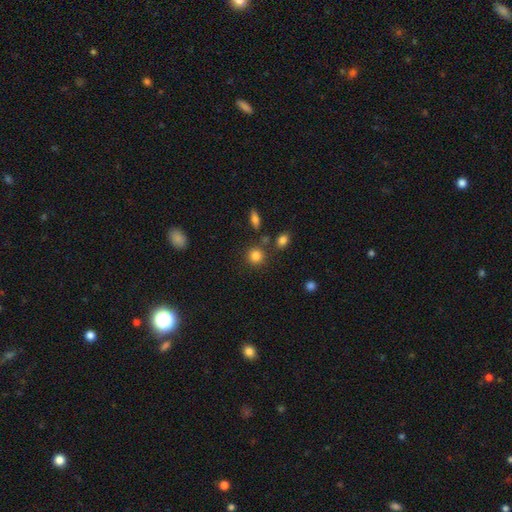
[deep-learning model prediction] A smooth galaxy with no disk features (83%) that is round (89%).

Vote fractions:
- Smooth or featured? smooth: 83% / star or artifact: 11% / featured or disk: 6%
- How rounded? round: 89% / in between: 10% / cigar-shaped: 1%
- Merging? none: 79% / minor disturbance: 9% / merger: 8% / major disturbance: 3%